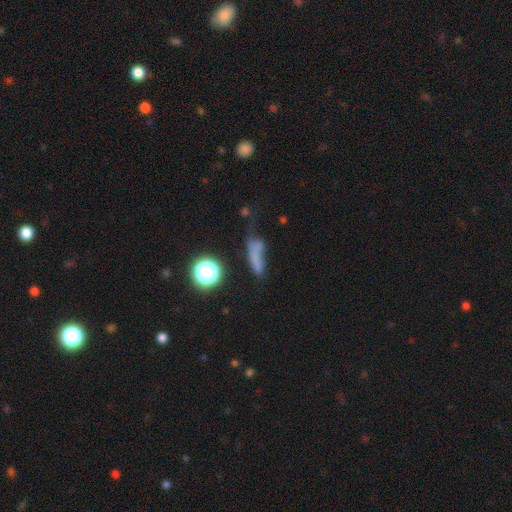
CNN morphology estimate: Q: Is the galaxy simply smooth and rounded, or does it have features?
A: smooth — 58%.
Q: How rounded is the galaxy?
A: cigar-shaped — 48%.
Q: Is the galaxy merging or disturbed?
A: none — 39%.